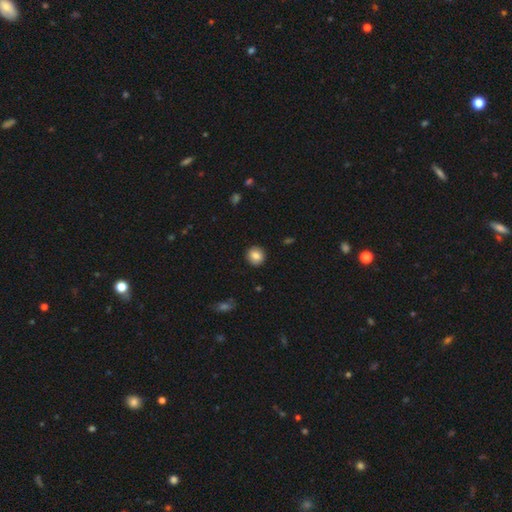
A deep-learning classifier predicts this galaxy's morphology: This is clearly a smooth galaxy (83%). How rounded: clearly round (92%). Merging: clearly none (92%).